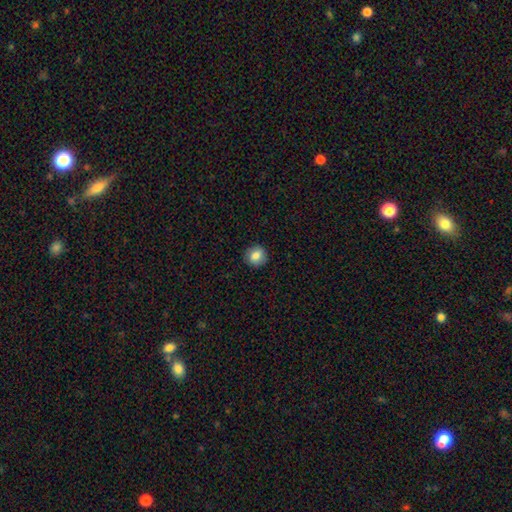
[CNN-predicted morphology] Smooth or featured? smooth (83%)
How rounded? round (90%)
Merging? none (90%)